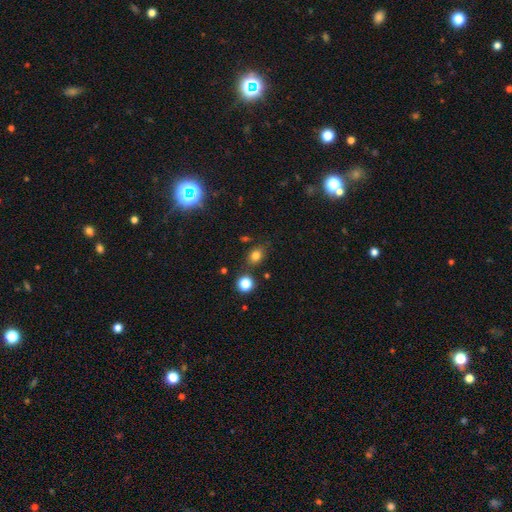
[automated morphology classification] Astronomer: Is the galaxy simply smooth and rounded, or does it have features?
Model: smooth — 78%.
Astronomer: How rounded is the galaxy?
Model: in between — 52% (runner-up: round, 46%).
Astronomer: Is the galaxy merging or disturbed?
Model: none — 78%.